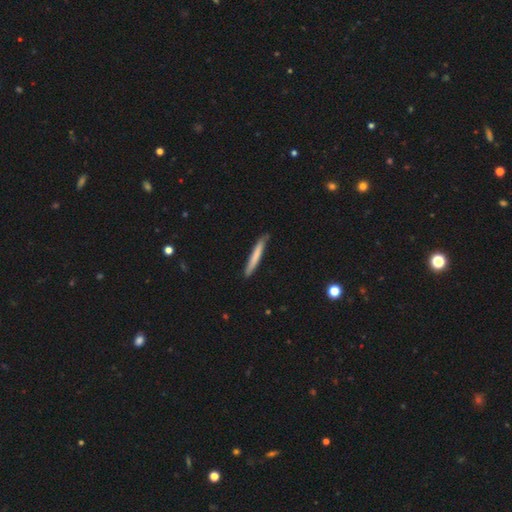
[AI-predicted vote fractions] A smooth galaxy with no disk features (71%) that is cigar-shaped (96%).

Vote fractions:
- Smooth or featured? smooth: 71% / featured or disk: 24% / star or artifact: 5%
- How rounded? cigar-shaped: 96% / in between: 3% / round: 1%
- Merging? none: 84% / minor disturbance: 13% / major disturbance: 2% / merger: 1%